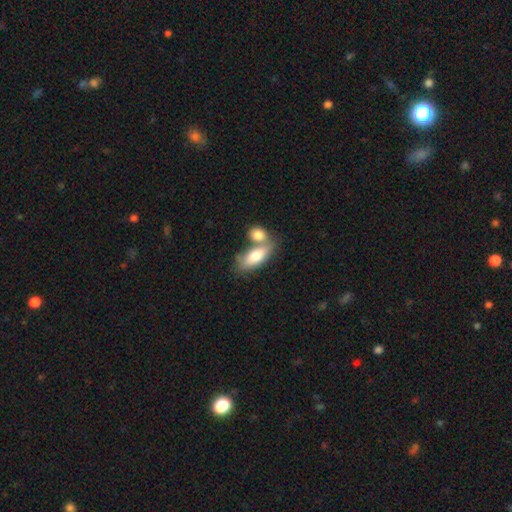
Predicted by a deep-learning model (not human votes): This is likely a smooth galaxy (75%). How rounded: clearly in between (81%). Merging: possibly merger (53%).